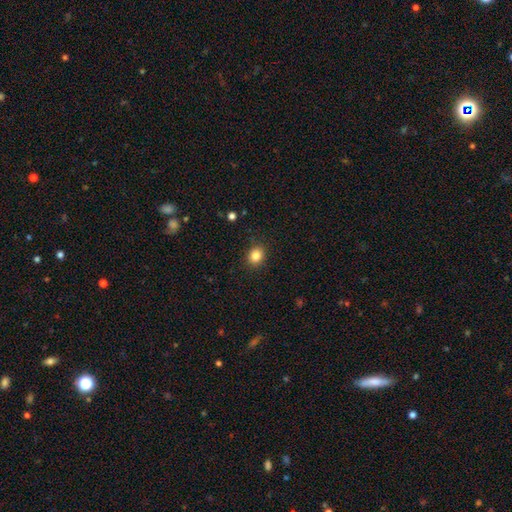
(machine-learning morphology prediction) Smooth or featured?
  - smooth: 84% *
  - star or artifact: 11%
  - featured or disk: 5%
How rounded?
  - round: 70% *
  - in between: 29%
  - cigar-shaped: 1%
Merging?
  - none: 88% *
  - minor disturbance: 8%
  - major disturbance: 3%
  - merger: 1%